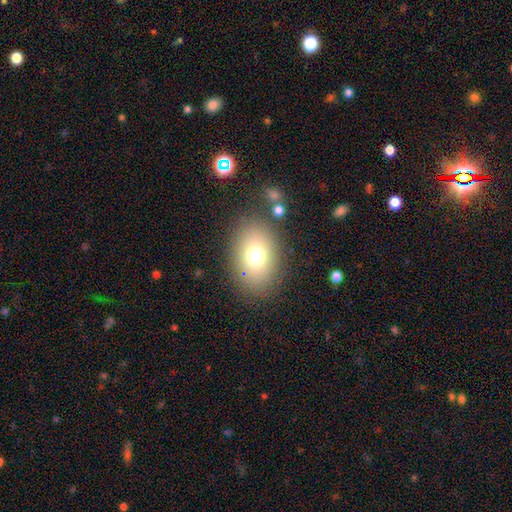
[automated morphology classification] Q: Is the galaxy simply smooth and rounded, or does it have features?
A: smooth — 73%.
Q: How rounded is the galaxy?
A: in between — 77%.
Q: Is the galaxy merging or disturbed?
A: none — 83%.